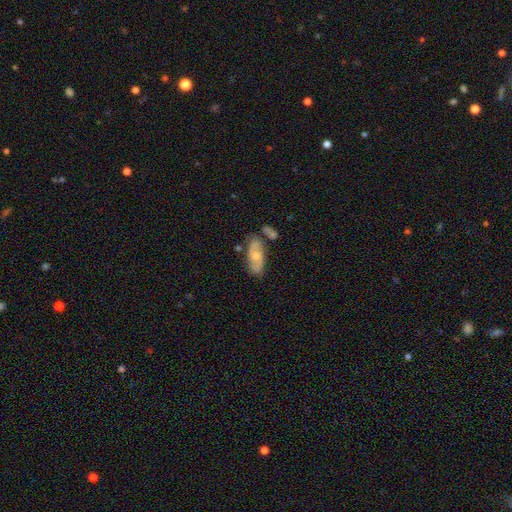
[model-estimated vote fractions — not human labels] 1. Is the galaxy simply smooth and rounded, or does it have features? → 59% featured or disk, 34% smooth, 7% star or artifact.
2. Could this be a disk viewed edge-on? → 91% no, 9% yes.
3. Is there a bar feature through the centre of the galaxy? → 64% no, 30% weak, 6% strong.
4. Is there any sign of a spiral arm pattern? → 84% yes, 16% no.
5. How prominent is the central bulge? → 52% moderate, 40% small, 4% large, 4% none, 1% dominant.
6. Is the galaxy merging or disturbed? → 63% none, 19% minor disturbance, 12% merger, 6% major disturbance.